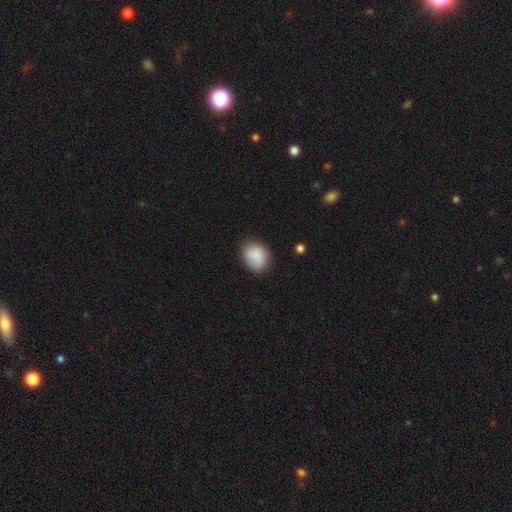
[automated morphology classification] The model was most divided on "how rounded": in between: 50%, round: 49%, cigar-shaped: 1%. More confident: smooth or featured — smooth (84%); merging — none (73%).